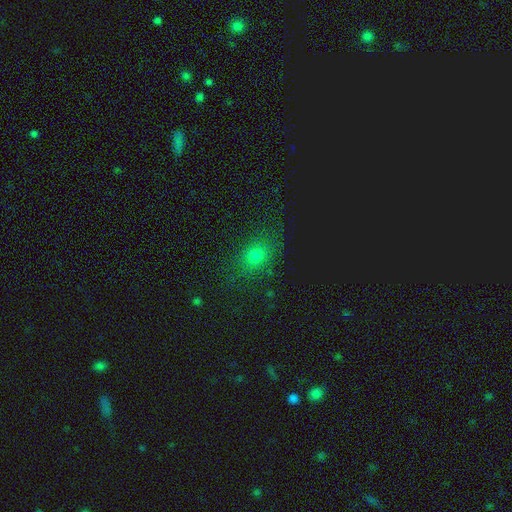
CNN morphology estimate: Smooth or featured? smooth (70%)
How rounded? in between (53%)
Merging? none (81%)